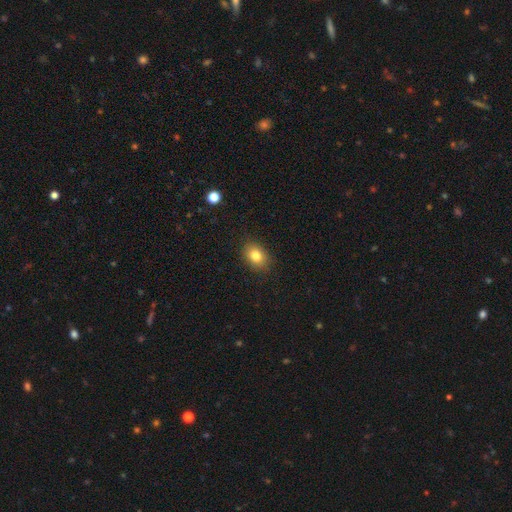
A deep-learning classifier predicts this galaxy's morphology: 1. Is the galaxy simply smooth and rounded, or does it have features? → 81% smooth, 10% star or artifact, 9% featured or disk.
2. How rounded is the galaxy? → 68% in between, 31% round, 1% cigar-shaped.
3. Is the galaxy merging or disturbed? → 88% none, 9% minor disturbance, 2% major disturbance, 1% merger.